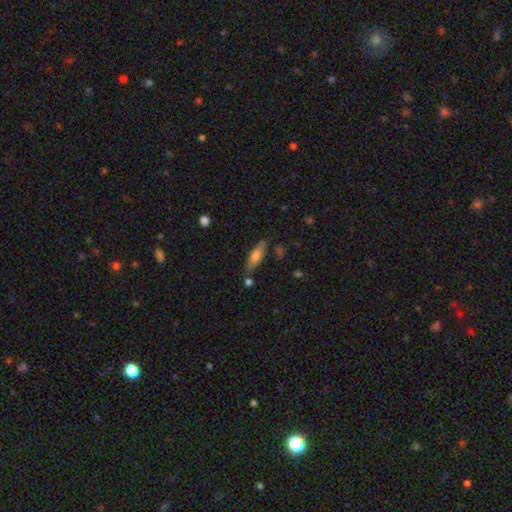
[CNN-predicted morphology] smooth_or_featured: smooth (p=0.65) [alt: featured or disk p=0.28]
how_rounded: cigar-shaped (p=0.60) [alt: in between p=0.38]
merging: none (p=0.73) [alt: minor disturbance p=0.16]